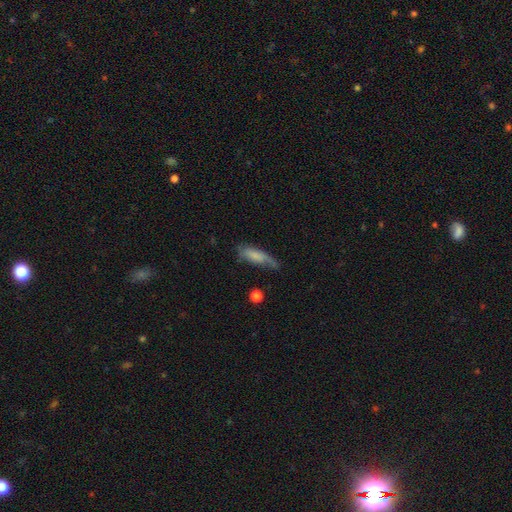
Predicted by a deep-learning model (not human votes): A smooth galaxy with no disk features (64%) that is in between round and cigar-shaped (51%).

Vote fractions:
- Smooth or featured? smooth: 64% / featured or disk: 28% / star or artifact: 8%
- How rounded? in between: 51% / cigar-shaped: 47% / round: 3%
- Merging? none: 46% / minor disturbance: 33% / major disturbance: 17% / merger: 4%